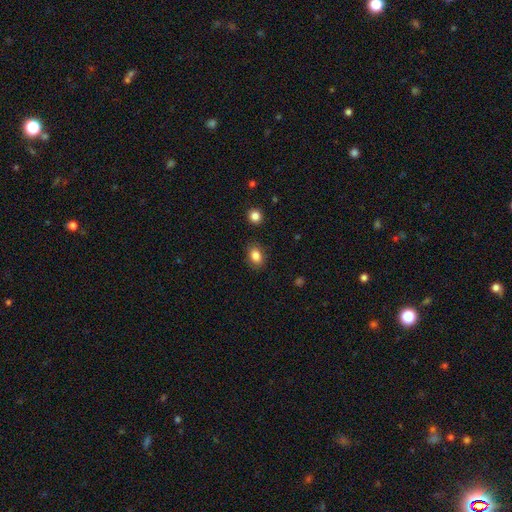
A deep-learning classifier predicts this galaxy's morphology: smooth-or-featured: smooth: 84% | star or artifact: 9% | featured or disk: 6%
  how-rounded: in between: 70% | round: 29% | cigar-shaped: 1%
  merging: none: 85% | minor disturbance: 10% | major disturbance: 3% | merger: 2%